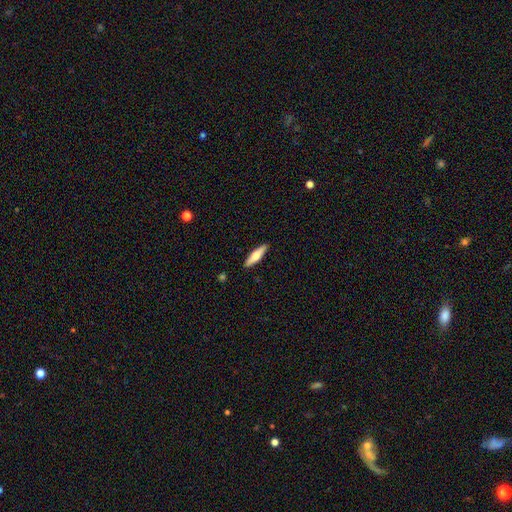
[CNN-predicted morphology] The model was most divided on "smooth or featured": smooth: 55%, featured or disk: 40%, star or artifact: 6%. More confident: merging — none (90%); how rounded — cigar-shaped (70%).